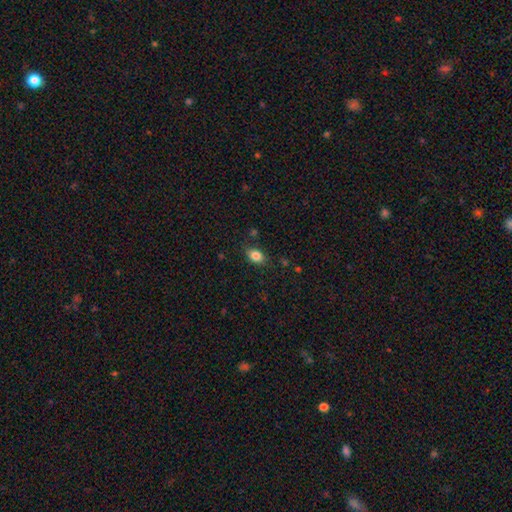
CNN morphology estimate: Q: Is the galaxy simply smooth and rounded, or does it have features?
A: smooth — 84%.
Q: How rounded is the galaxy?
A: in between — 76%.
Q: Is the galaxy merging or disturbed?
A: none — 80%.